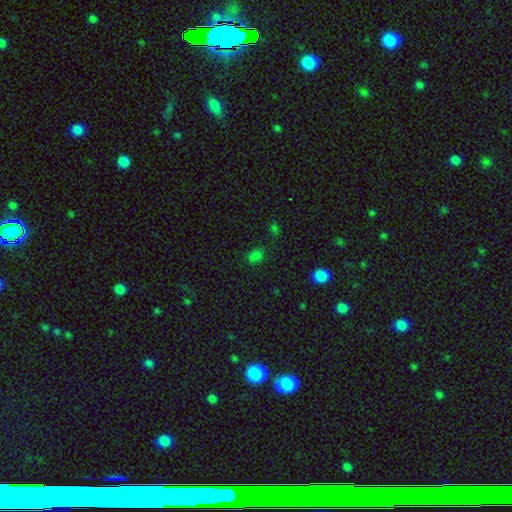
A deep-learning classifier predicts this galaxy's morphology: This appears to be a smooth galaxy with no disk features (67%) that is in between round and cigar-shaped (59%). Merging: none (68%).